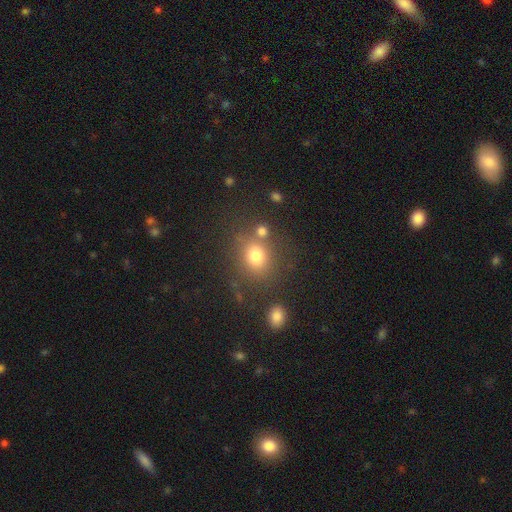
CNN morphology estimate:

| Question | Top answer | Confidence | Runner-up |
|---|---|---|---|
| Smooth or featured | smooth | 75% | star or artifact (15%) |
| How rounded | round | 69% | in between (30%) |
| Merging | none | 68% | merger (14%) |